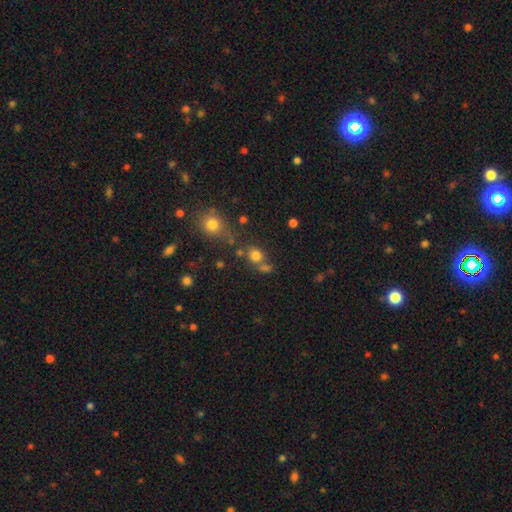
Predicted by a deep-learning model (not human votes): A smooth galaxy with no disk features (76%) that is round (72%). Merging: none (58%).